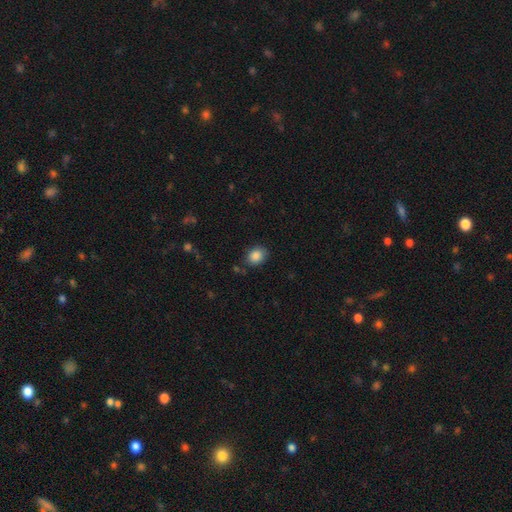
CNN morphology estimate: smooth_or_featured: smooth (p=0.87) [alt: star or artifact p=0.09]
how_rounded: round (p=0.51) [alt: in between p=0.48]
merging: none (p=0.81) [alt: minor disturbance p=0.13]